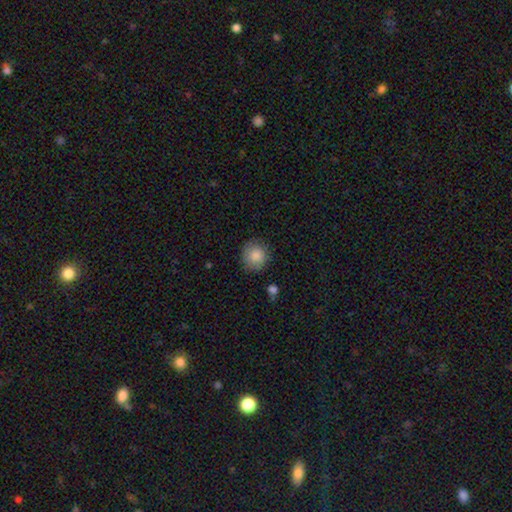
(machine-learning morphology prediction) smooth 86%, star or artifact 8%, featured or disk 6%. Down the decision tree: how rounded — round (88%); merging — none (82%).